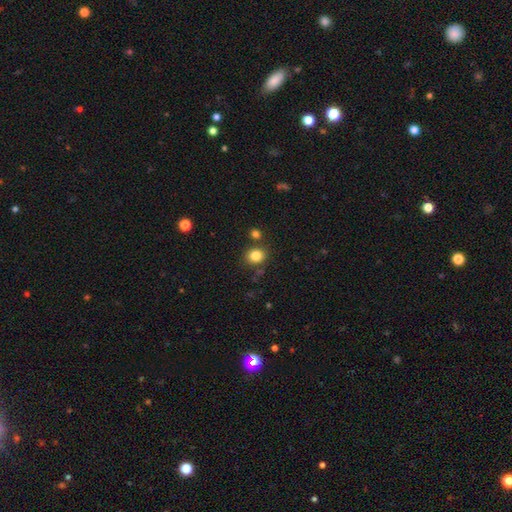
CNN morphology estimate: type=smooth (83%); roundness=round (71%); merging=none (78%).